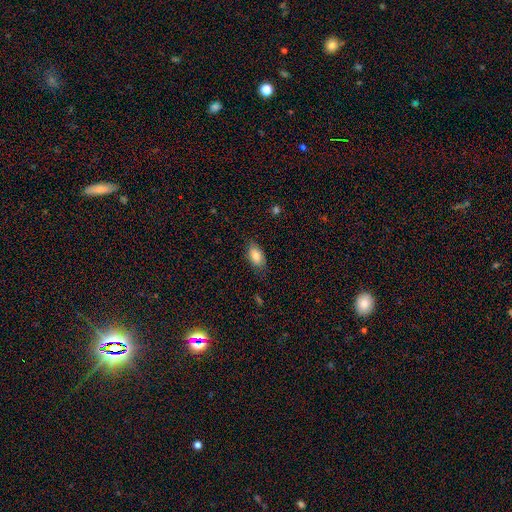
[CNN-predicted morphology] This is clearly a smooth galaxy (83%). How rounded: clearly in between (92%). Merging: likely none (77%).